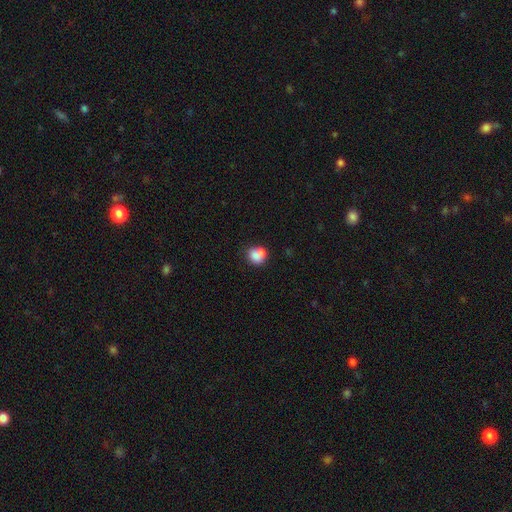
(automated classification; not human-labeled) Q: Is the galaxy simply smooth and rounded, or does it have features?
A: smooth — 79%.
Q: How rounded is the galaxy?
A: round — 75%.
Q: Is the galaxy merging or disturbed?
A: none — 44%.